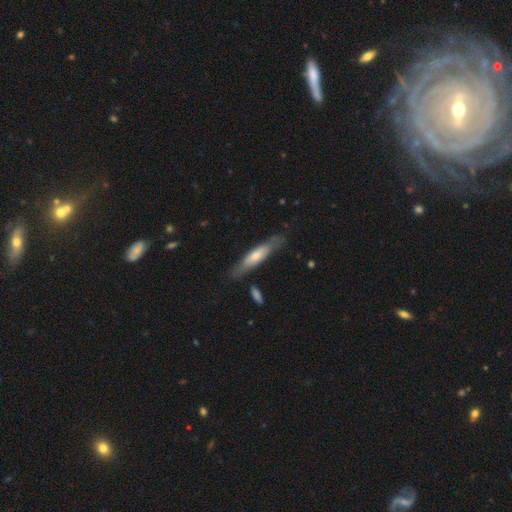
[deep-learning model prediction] smooth-or-featured: smooth: 48% | featured or disk: 46% | star or artifact: 6%
  merging: none: 77% | minor disturbance: 16% | major disturbance: 4% | merger: 3%